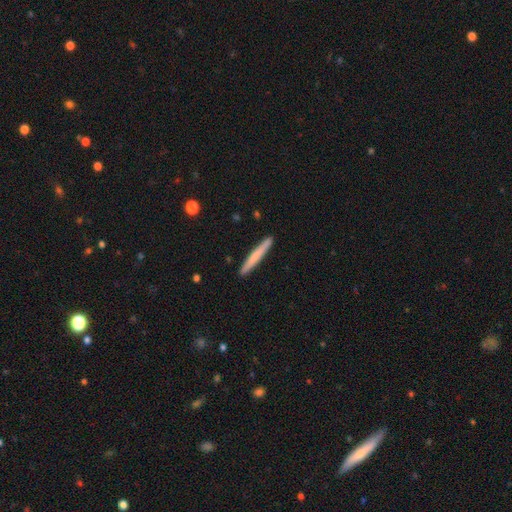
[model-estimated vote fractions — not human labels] Smooth or featured? smooth (70%)
How rounded? cigar-shaped (97%)
Merging? none (91%)